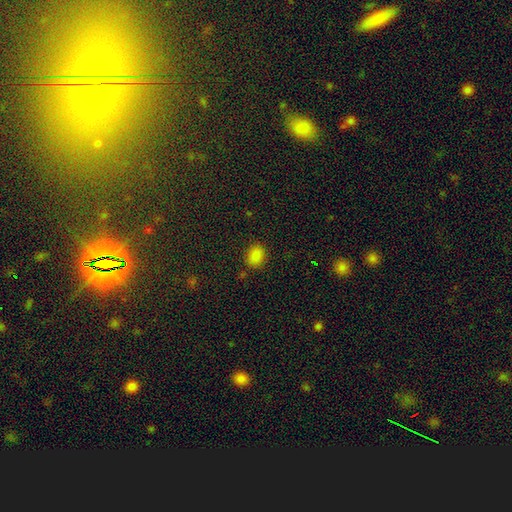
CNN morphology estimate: This is clearly a smooth galaxy (83%). How rounded: possibly in between (56%). Merging: clearly none (84%).